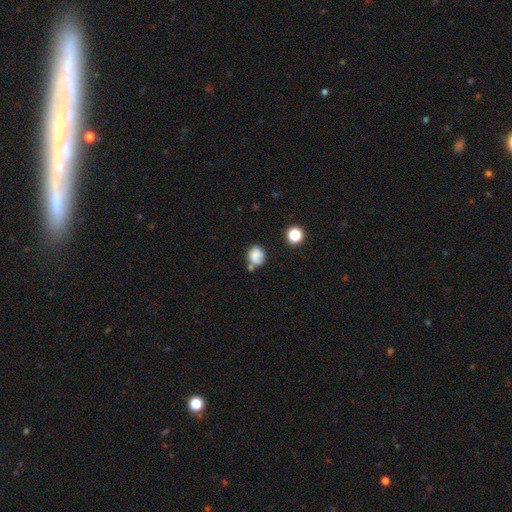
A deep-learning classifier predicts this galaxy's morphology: Smooth or featured: smooth — 76% (featured or disk — 13%)
How rounded: round — 66% (in between — 33%)
Merging: none — 51% (minor disturbance — 23%)